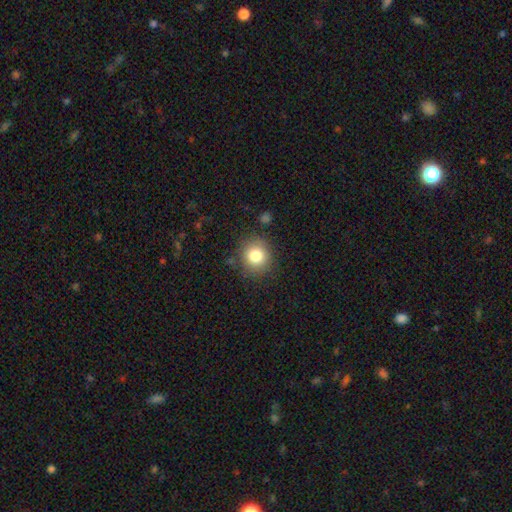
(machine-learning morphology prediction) Smooth or featured? smooth (81%)
How rounded? round (88%)
Merging? none (85%)